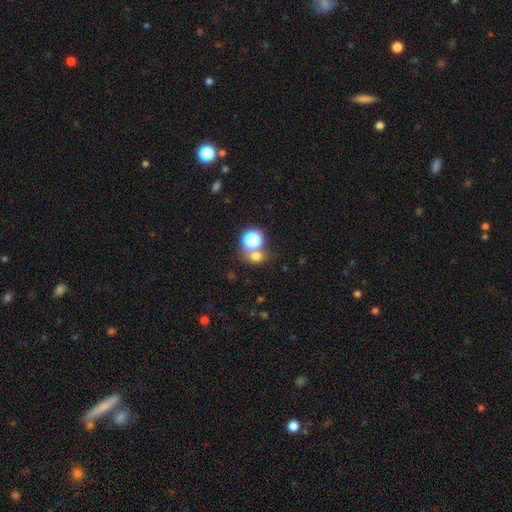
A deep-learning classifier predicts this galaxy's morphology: This is likely a smooth galaxy (65%). How rounded: likely round (66%). Merging: likely none (61%).